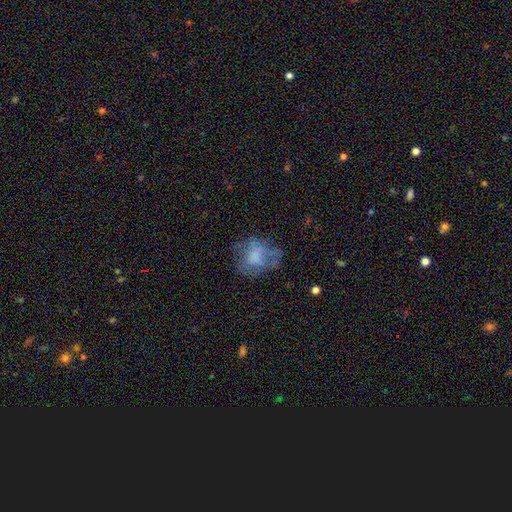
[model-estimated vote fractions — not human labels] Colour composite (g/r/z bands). It shows a smooth galaxy with no disk features (50%) that is round (51%). Merging: none (47%).